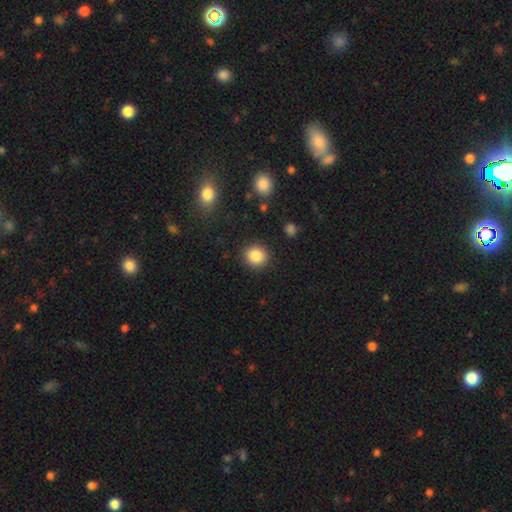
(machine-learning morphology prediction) This appears to be a smooth galaxy with no disk features (86%) that is round (86%). Merging: none (90%).